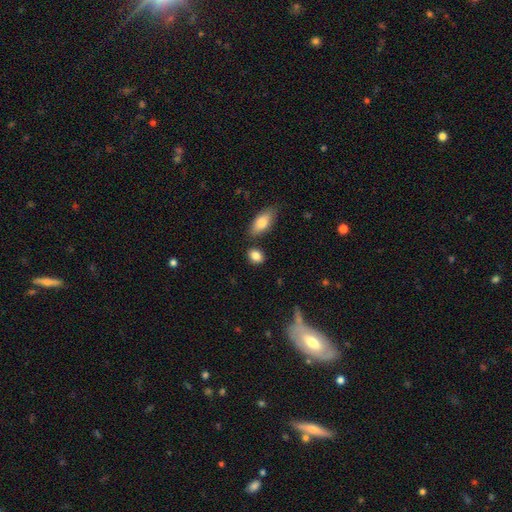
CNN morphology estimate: Overall: smooth (85%). How rounded: in between (64%; round 33%). Merging: none (77%).